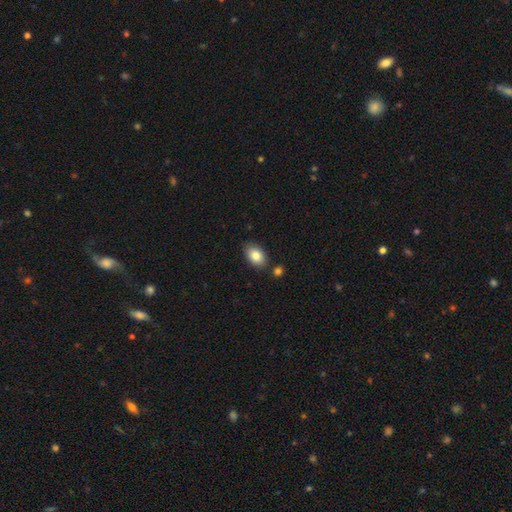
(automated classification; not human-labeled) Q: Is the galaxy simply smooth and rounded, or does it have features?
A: smooth — 84%.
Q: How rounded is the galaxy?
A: in between — 88%.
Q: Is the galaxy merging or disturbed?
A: none — 82%.